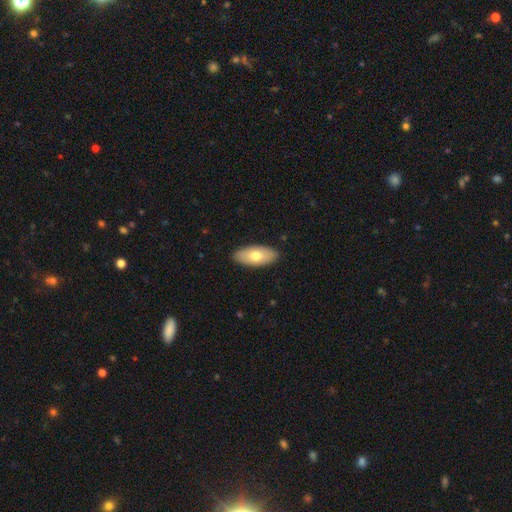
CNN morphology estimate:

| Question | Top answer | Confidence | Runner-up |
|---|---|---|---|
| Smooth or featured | smooth | 69% | featured or disk (25%) |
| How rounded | in between | 91% | cigar-shaped (7%) |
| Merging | none | 89% | minor disturbance (9%) |